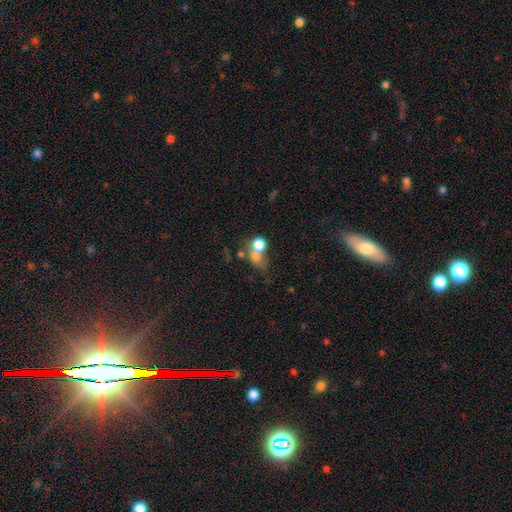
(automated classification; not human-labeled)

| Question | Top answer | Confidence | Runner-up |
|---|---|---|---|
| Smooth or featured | smooth | 67% | featured or disk (19%) |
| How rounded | round | 71% | in between (27%) |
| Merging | merger | 57% | none (25%) |